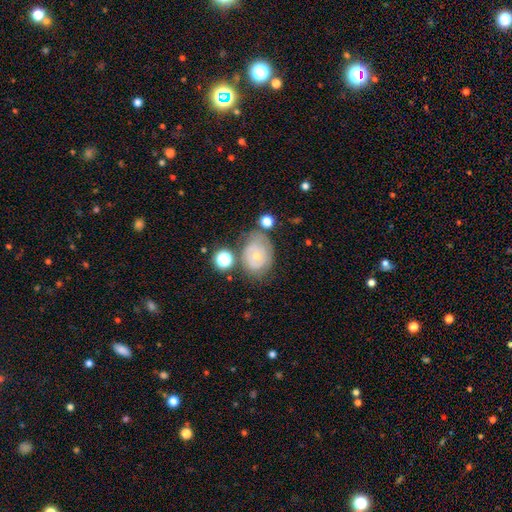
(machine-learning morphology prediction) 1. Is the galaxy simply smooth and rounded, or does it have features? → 54% featured or disk, 37% smooth, 10% star or artifact.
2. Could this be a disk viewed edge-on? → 96% no, 4% yes.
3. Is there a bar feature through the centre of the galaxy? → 84% no, 13% weak, 3% strong.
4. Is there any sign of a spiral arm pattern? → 57% yes, 43% no.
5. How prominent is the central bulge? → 61% small, 34% moderate, 2% none, 2% large, 1% dominant.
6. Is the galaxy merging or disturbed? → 53% none, 26% minor disturbance, 12% major disturbance, 8% merger.